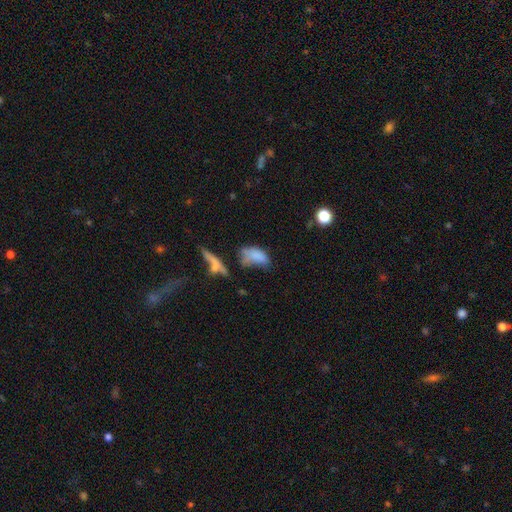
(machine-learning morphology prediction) This is likely a smooth galaxy (71%). How rounded: clearly in between (86%). Merging: marginally none (29%).